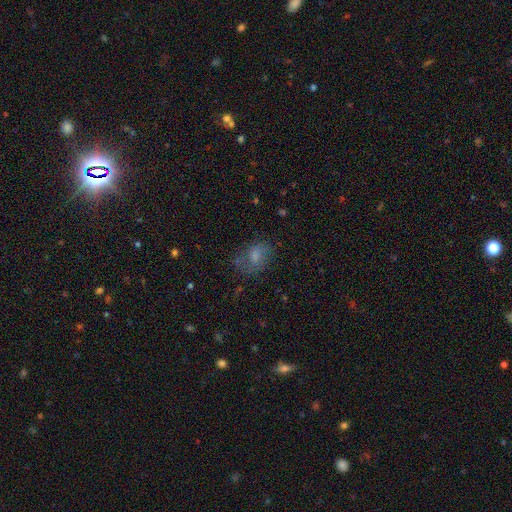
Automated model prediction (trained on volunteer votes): Morphology: type=smooth (62%); roundness=in between (70%); merging=none (55%).